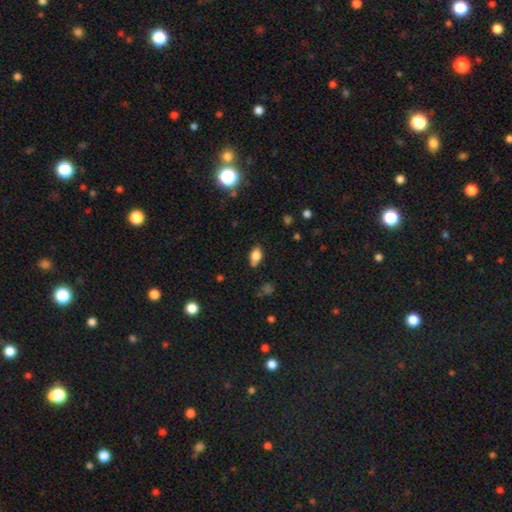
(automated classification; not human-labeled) smooth-or-featured: smooth: 77% | featured or disk: 13% | star or artifact: 10%
  how-rounded: in between: 83% | round: 12% | cigar-shaped: 5%
  merging: none: 71% | minor disturbance: 21% | major disturbance: 4% | merger: 4%